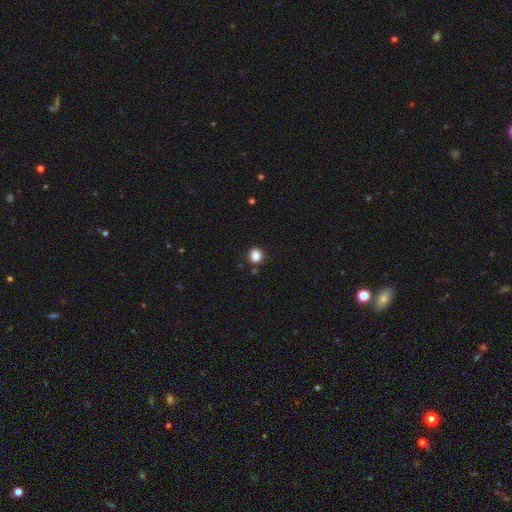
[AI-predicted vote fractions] smooth 86%, star or artifact 11%, featured or disk 3%. Down the decision tree: how rounded — round (80%); merging — none (86%).